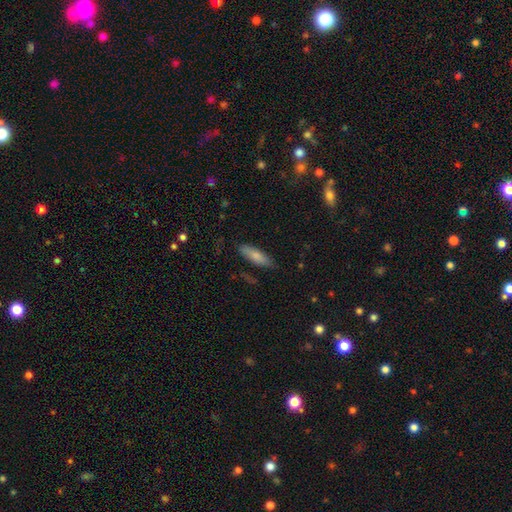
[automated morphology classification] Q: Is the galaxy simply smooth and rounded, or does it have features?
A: smooth — 77%.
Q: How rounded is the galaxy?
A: in between — 49%, tied with cigar-shaped.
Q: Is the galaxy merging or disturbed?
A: none — 80%.